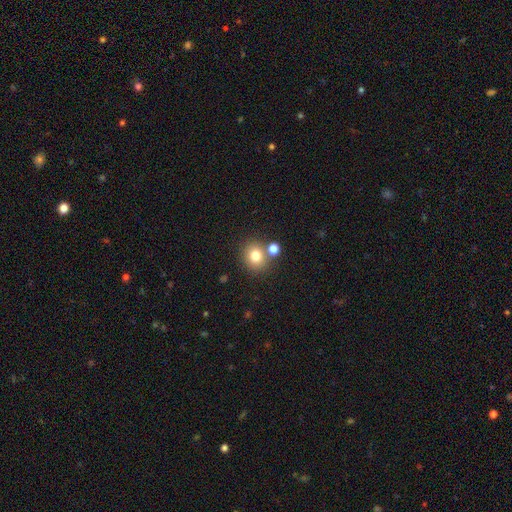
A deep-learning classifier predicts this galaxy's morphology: smooth 78%, star or artifact 13%, featured or disk 9%. Down the decision tree: how rounded — round (82%); merging — none (70%).